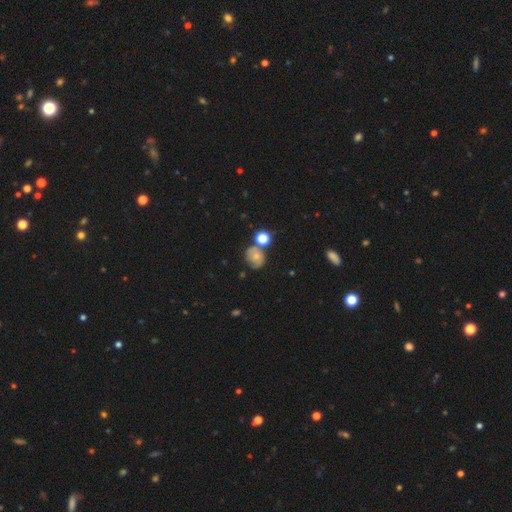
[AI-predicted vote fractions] Overall: smooth (57%; featured or disk 26%). How rounded: round (69%; in between 30%). Merging: none (59%; merger 19%).